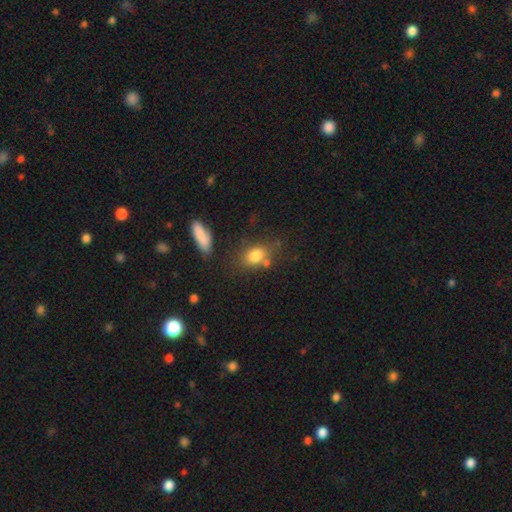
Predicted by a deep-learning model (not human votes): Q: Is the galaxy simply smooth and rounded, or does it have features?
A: smooth — 81%.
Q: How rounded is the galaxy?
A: in between — 72%.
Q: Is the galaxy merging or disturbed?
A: none — 63%.